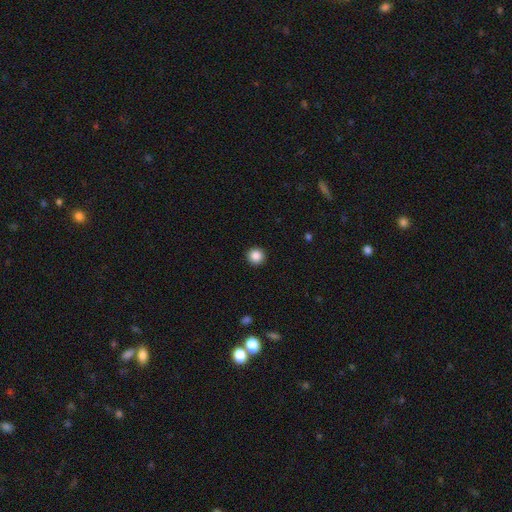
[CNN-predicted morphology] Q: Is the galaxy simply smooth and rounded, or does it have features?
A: smooth — 87%.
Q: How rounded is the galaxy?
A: round — 95%.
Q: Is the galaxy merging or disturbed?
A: none — 93%.